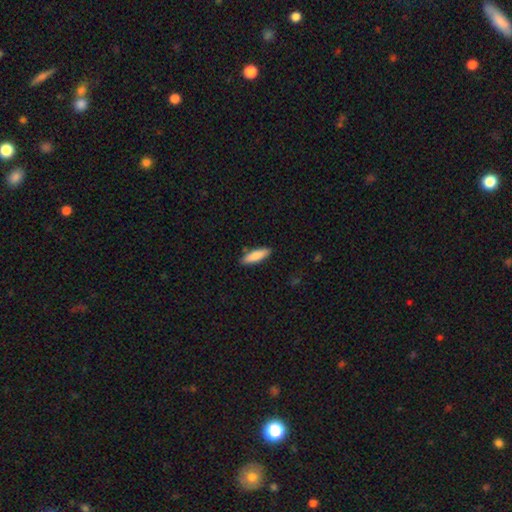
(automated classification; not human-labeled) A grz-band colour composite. It shows a smooth galaxy with no disk features (83%) that is cigar-shaped (60%). Merging: none (86%).